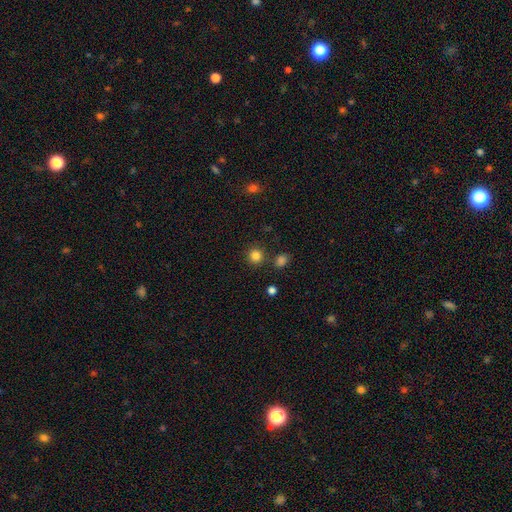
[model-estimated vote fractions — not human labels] Smooth or featured: smooth — 83% (star or artifact — 12%)
How rounded: round — 92% (in between — 7%)
Merging: none — 85% (minor disturbance — 7%)